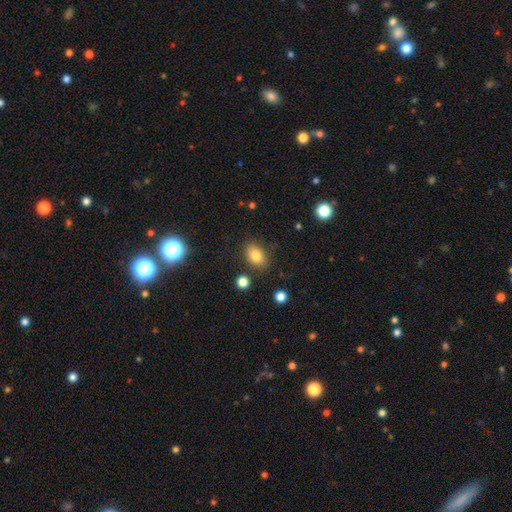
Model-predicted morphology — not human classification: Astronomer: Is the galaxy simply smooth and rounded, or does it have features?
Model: smooth — 80%.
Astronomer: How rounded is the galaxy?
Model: in between — 78%.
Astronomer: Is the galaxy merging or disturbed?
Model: none — 81%.